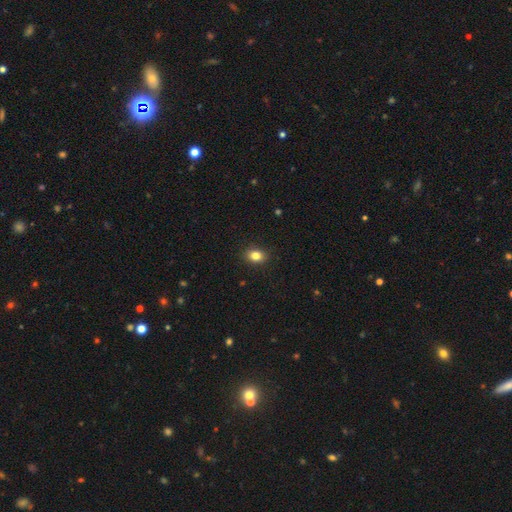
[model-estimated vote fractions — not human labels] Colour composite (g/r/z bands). It shows a smooth galaxy with no disk features (83%) that is in between round and cigar-shaped (58%). Merging: none (89%).